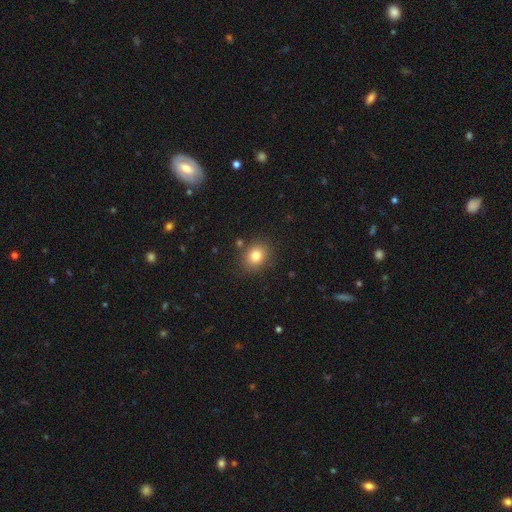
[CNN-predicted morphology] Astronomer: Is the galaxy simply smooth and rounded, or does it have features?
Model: smooth — 80%.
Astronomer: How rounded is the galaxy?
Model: round — 62% (runner-up: in between, 37%).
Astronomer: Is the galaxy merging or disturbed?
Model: none — 84%.